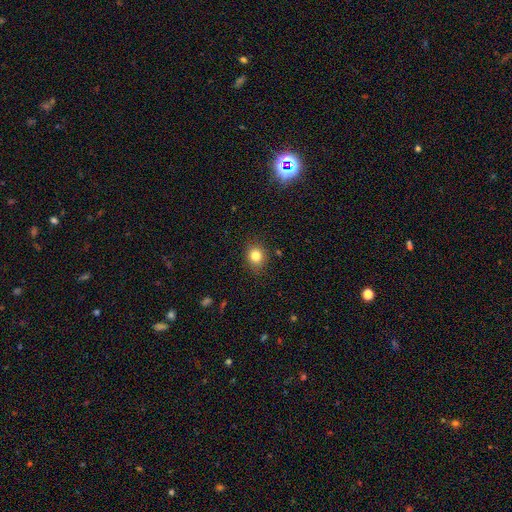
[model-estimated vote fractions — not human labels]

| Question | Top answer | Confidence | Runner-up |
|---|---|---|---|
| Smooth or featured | smooth | 82% | star or artifact (11%) |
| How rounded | round | 68% | in between (31%) |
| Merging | none | 85% | minor disturbance (11%) |